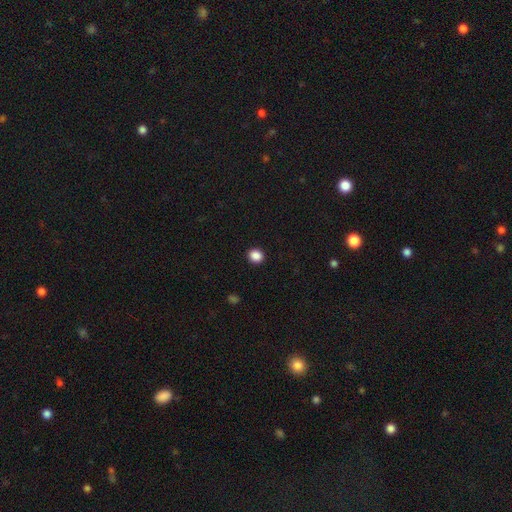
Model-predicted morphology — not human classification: Smooth or featured? smooth (88%)
How rounded? round (78%)
Merging? none (92%)